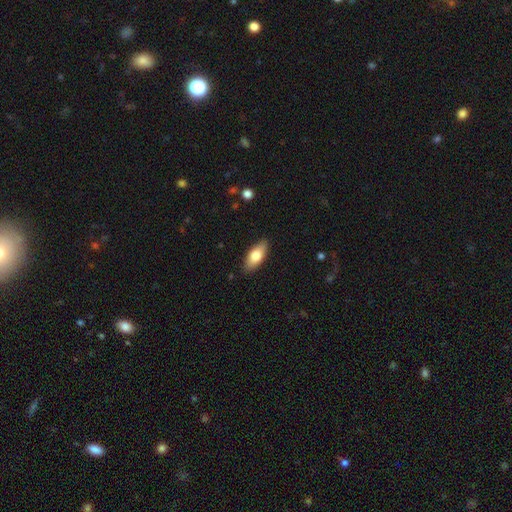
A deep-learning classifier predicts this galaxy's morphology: Q: Smooth or featured?
A: smooth (76%); runner-up: featured or disk (18%)
Q: How rounded?
A: in between (82%); runner-up: cigar-shaped (15%)
Q: Merging?
A: none (87%); runner-up: minor disturbance (10%)